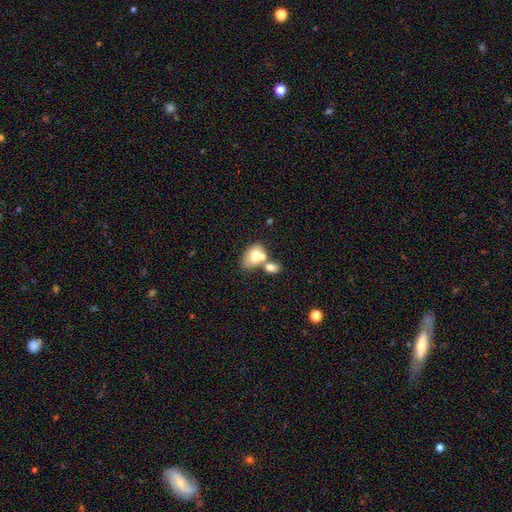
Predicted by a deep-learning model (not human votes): Overall: smooth (70%). How rounded: in between (80%). Merging: merger (54%; none 31%).